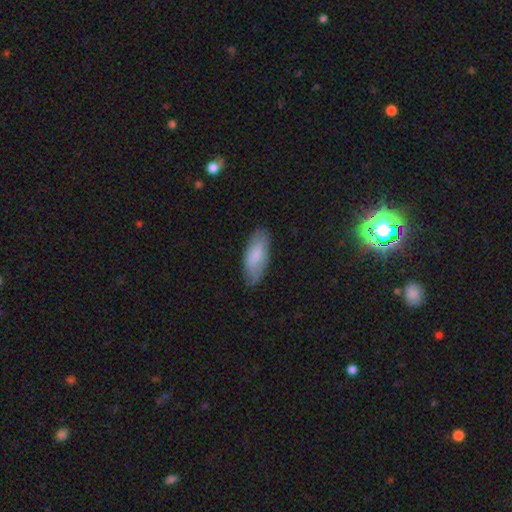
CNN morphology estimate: The model was most divided on "merging": none: 77%, minor disturbance: 18%, major disturbance: 3%, merger: 1%. More confident: how rounded — in between (82%); smooth or featured — smooth (78%).